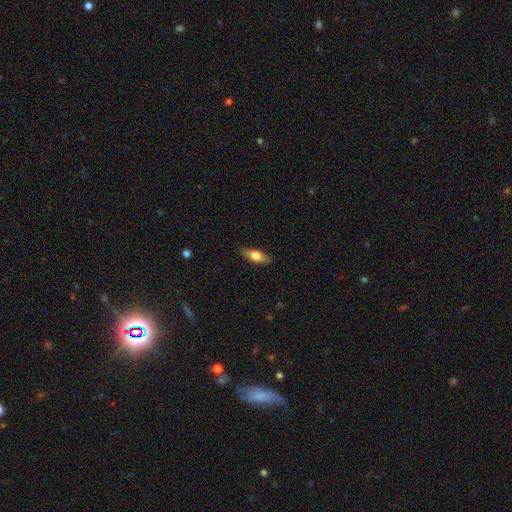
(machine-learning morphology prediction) A smooth galaxy with no disk features (62%) that is in between round and cigar-shaped (63%).

Vote fractions:
- Smooth or featured? smooth: 62% / featured or disk: 32% / star or artifact: 6%
- How rounded? in between: 63% / cigar-shaped: 34% / round: 3%
- Merging? none: 86% / minor disturbance: 11% / major disturbance: 2% / merger: 1%